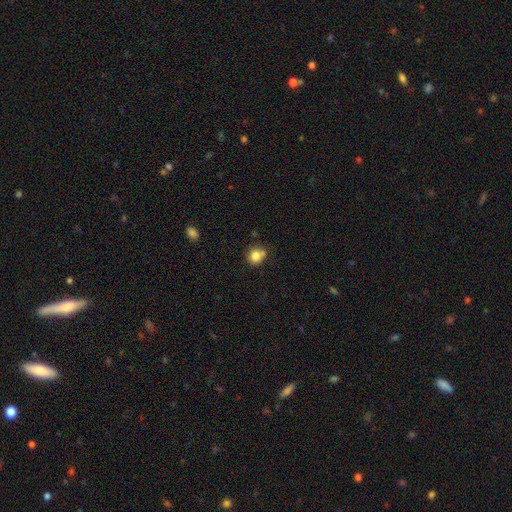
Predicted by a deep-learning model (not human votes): Smooth or featured? smooth (81%)
How rounded? round (81%)
Merging? none (62%)